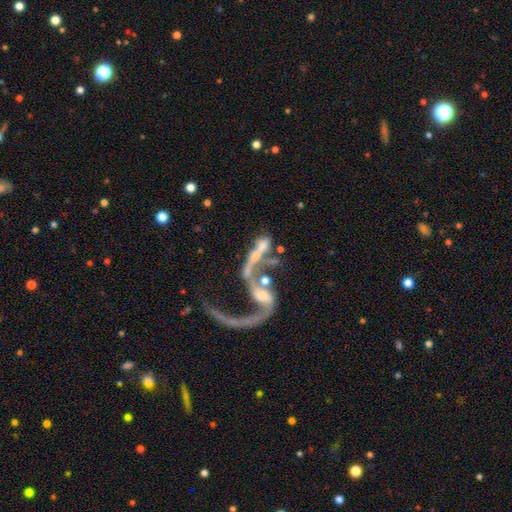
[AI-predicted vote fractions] Smooth or featured?
  - featured or disk: 75% *
  - smooth: 14%
  - star or artifact: 11%
Edge-on disk?
  - no: 93% *
  - yes: 7%
Bar?
  - no: 60% *
  - weak: 25%
  - strong: 15%
Spiral arms?
  - yes: 59% *
  - no: 41%
Bulge size?
  - small: 36% *
  - none: 33%
  - moderate: 24%
  - large: 4%
  - dominant: 2%
Merging?
  - merger: 52% *
  - major disturbance: 27%
  - none: 14%
  - minor disturbance: 7%